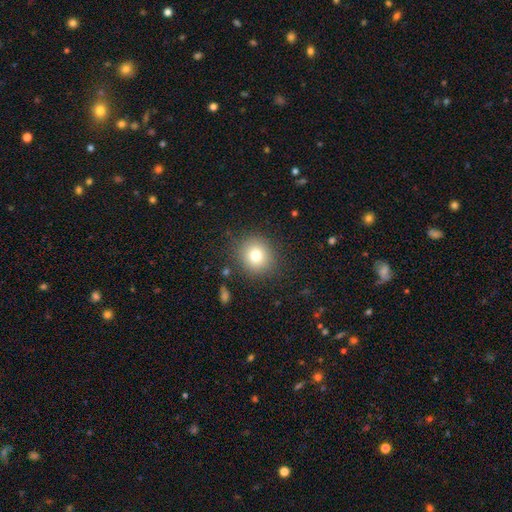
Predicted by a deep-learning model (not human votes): Smooth or featured: smooth — 77% (star or artifact — 12%)
How rounded: round — 89% (in between — 10%)
Merging: none — 87% (minor disturbance — 8%)